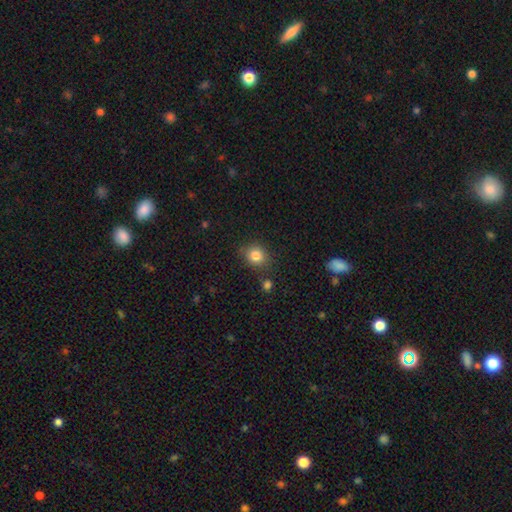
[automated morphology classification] Q: Smooth or featured?
A: smooth (83%); runner-up: star or artifact (11%)
Q: How rounded?
A: round (75%); runner-up: in between (24%)
Q: Merging?
A: none (76%); runner-up: minor disturbance (14%)